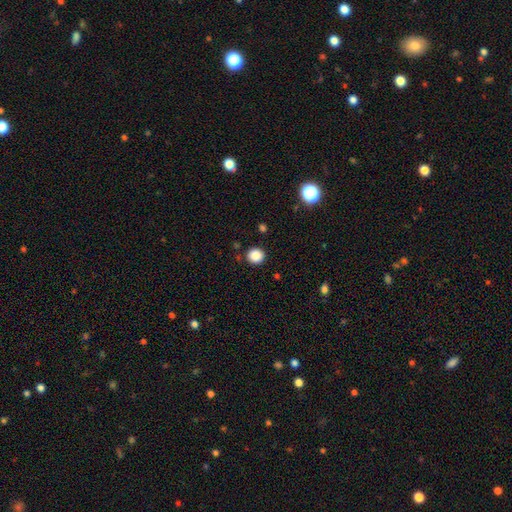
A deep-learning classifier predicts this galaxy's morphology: smooth_or_featured: smooth (p=0.87) [alt: star or artifact p=0.10]
how_rounded: round (p=0.91) [alt: in between p=0.08]
merging: none (p=0.90) [alt: minor disturbance p=0.06]